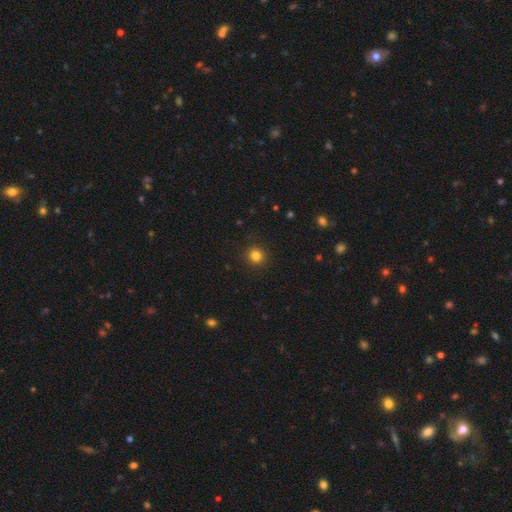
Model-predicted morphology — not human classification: smooth 82%, star or artifact 13%, featured or disk 5%. Down the decision tree: how rounded — round (92%); merging — none (92%).